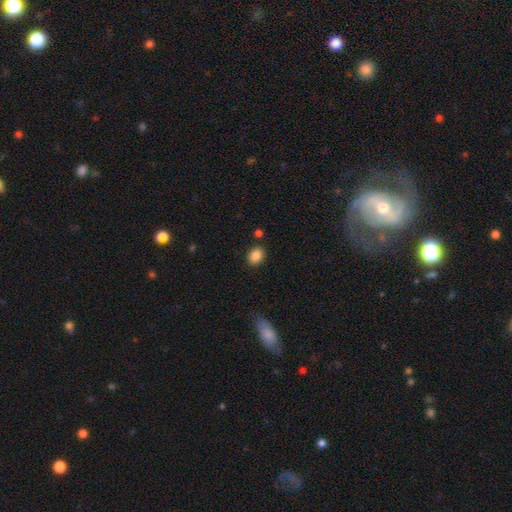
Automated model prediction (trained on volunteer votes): Smooth or featured?
  - smooth: 86% *
  - star or artifact: 9%
  - featured or disk: 4%
How rounded?
  - in between: 59% *
  - round: 40%
  - cigar-shaped: 1%
Merging?
  - none: 83% *
  - minor disturbance: 10%
  - merger: 5%
  - major disturbance: 3%